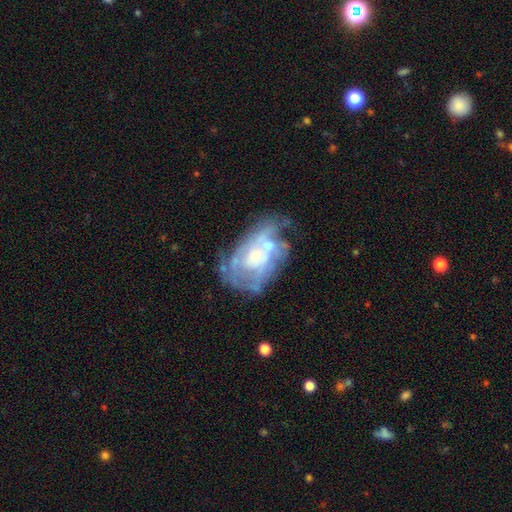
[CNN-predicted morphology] Smooth or featured? Predicted: featured or disk (p=0.77). Edge-on disk? Predicted: no (p=0.97). Bar? Predicted: no (p=0.78). Spiral arms? Predicted: yes (p=0.67). Bulge size? Predicted: small (p=0.54). Merging? Predicted: none (p=0.40).